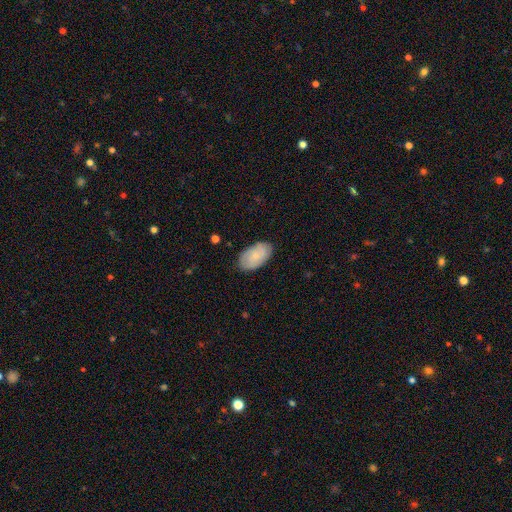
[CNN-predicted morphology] This is likely a smooth galaxy (64%). How rounded: clearly in between (94%). Merging: clearly none (81%).